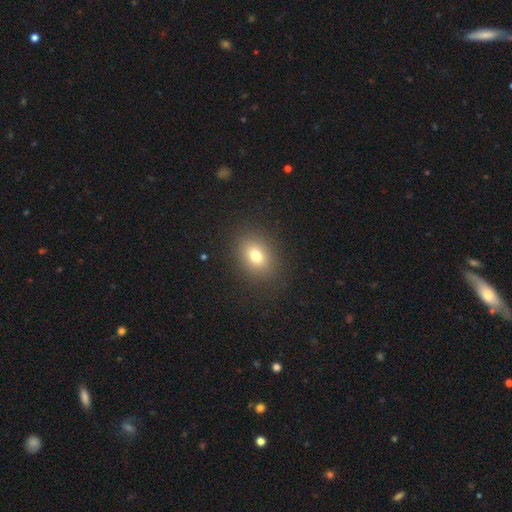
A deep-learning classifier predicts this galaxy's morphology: Smooth or featured?
  - smooth: 76% *
  - star or artifact: 13%
  - featured or disk: 11%
How rounded?
  - in between: 63% *
  - round: 36%
  - cigar-shaped: 1%
Merging?
  - none: 87% *
  - minor disturbance: 8%
  - major disturbance: 4%
  - merger: 1%